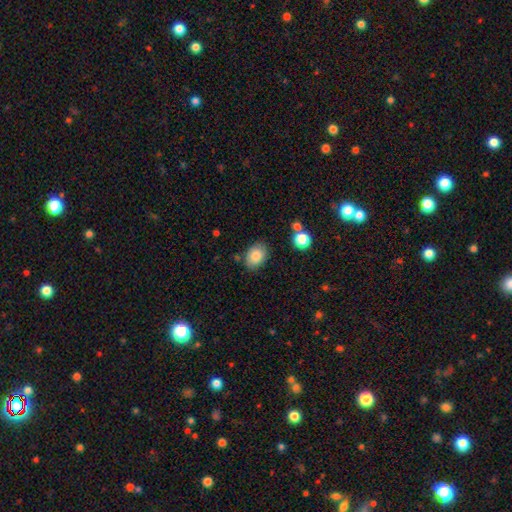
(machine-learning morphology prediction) This appears to be a smooth galaxy with no disk features (82%) that is in between round and cigar-shaped (74%). Merging: none (77%).